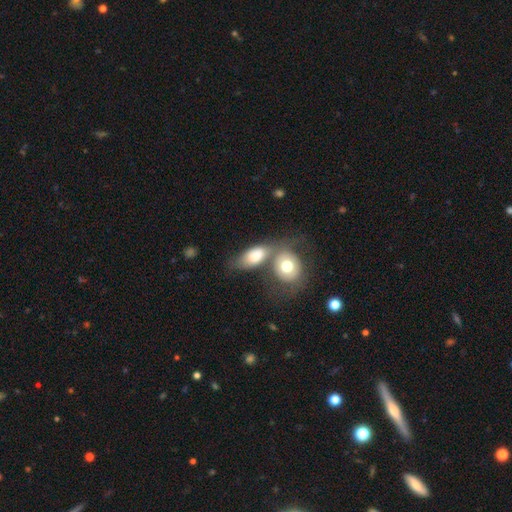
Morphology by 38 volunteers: smooth_or_featured: smooth (p=0.92) [alt: featured or disk p=0.08]
how_rounded: in between (p=0.80) [alt: round p=0.20]
merging: merger (p=0.45) [alt: minor disturbance p=0.24]